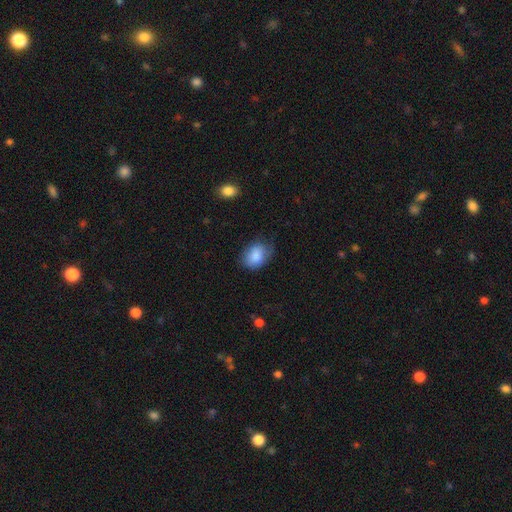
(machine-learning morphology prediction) type=smooth (86%); roundness=in between (70%); merging=none (62%).